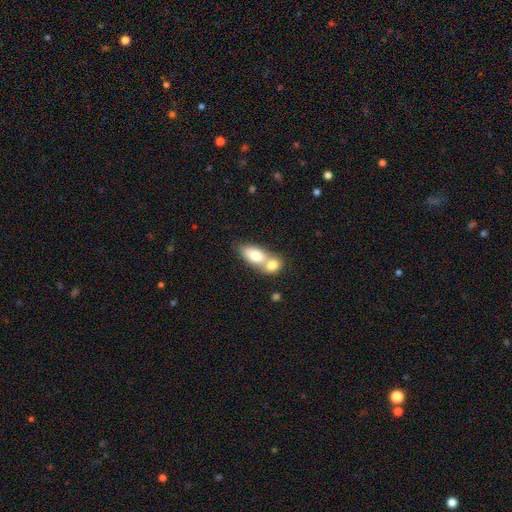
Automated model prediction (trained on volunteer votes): The model was most divided on "merging": merger: 68%, none: 23%, minor disturbance: 7%, major disturbance: 3%. More confident: how rounded — in between (84%); smooth or featured — smooth (76%).